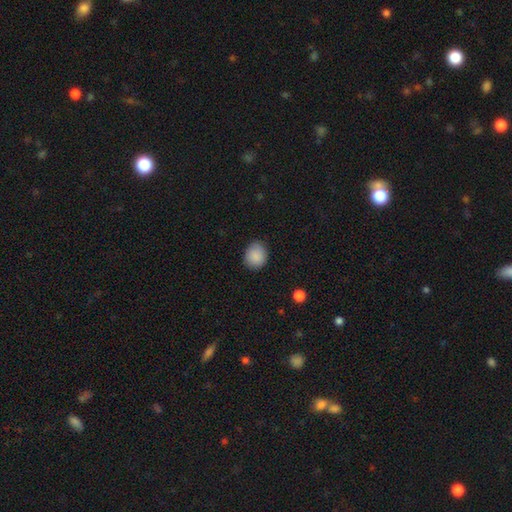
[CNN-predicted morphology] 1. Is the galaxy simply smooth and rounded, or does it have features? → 88% smooth, 8% star or artifact, 4% featured or disk.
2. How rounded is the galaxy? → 64% round, 35% in between, 1% cigar-shaped.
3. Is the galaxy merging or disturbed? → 85% none, 12% minor disturbance, 3% major disturbance, 1% merger.